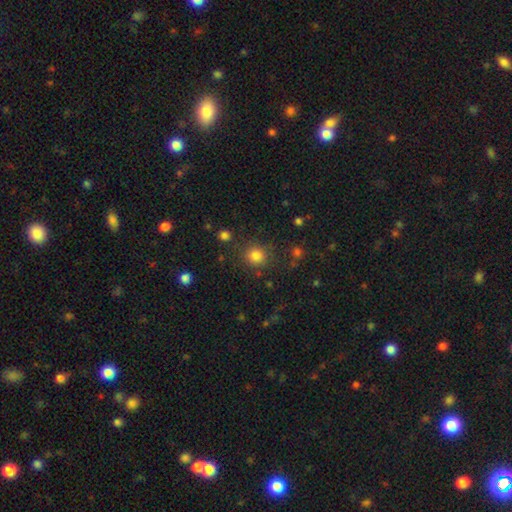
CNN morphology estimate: Smooth or featured? smooth (82%)
How rounded? round (87%)
Merging? none (83%)